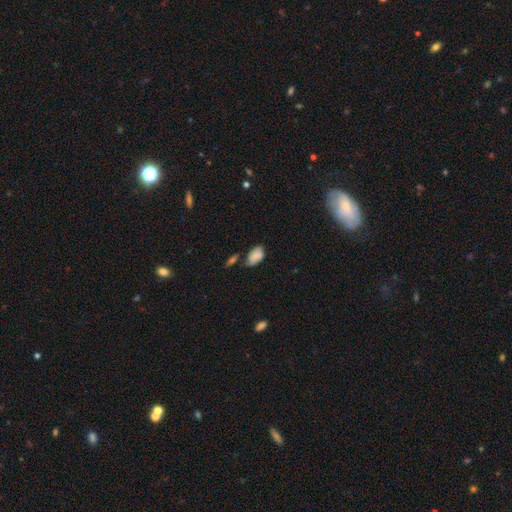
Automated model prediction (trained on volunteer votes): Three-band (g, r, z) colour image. It shows a smooth galaxy with no disk features (77%) that is in between round and cigar-shaped (90%). Merging: none (50%).